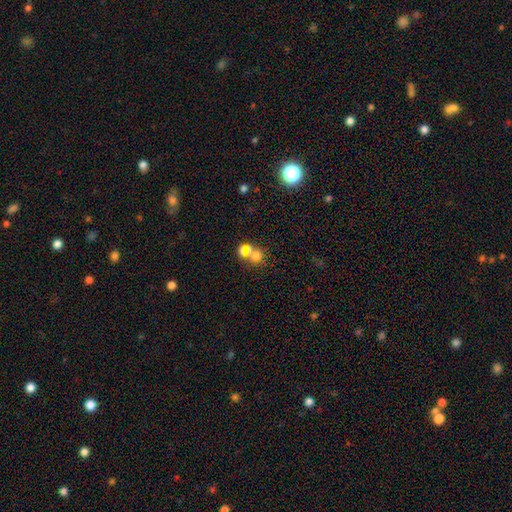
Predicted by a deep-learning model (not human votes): smooth_or_featured: smooth (p=0.60) [alt: star or artifact p=0.20]
how_rounded: round (p=0.74) [alt: in between p=0.24]
merging: merger (p=0.54) [alt: none p=0.34]